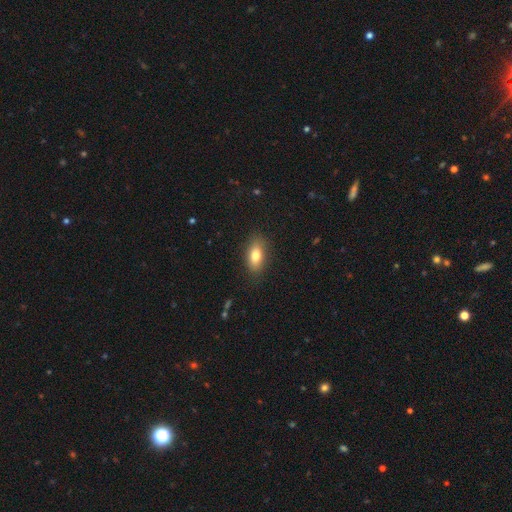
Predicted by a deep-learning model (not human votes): smooth_or_featured: smooth (p=0.78) [alt: featured or disk p=0.13]
how_rounded: in between (p=0.85) [alt: cigar-shaped p=0.08]
merging: none (p=0.86) [alt: minor disturbance p=0.10]